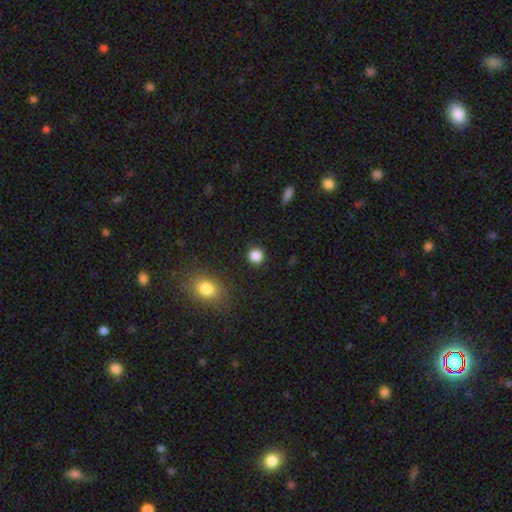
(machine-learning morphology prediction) type=smooth (86%); roundness=round (92%); merging=none (91%).